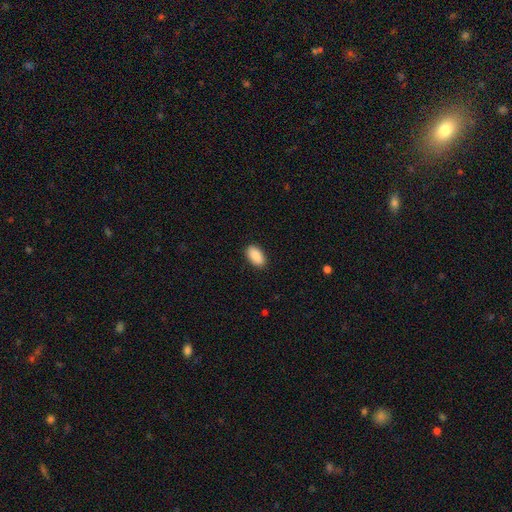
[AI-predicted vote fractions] Morphology: type=smooth (90%); roundness=in between (94%); merging=none (90%).